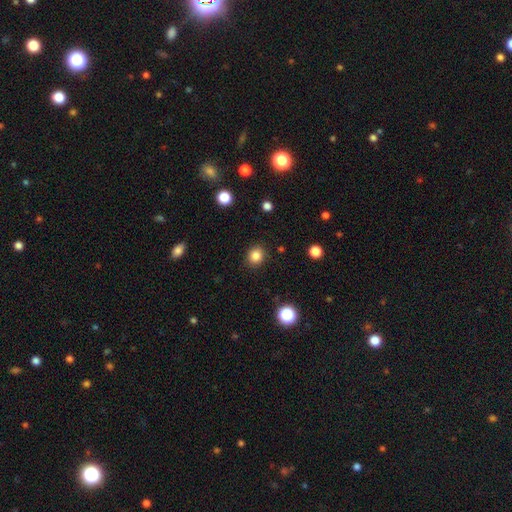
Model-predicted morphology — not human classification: The model was most divided on "how rounded": round: 79%, in between: 20%, cigar-shaped: 1%. More confident: merging — none (89%); smooth or featured — smooth (84%).